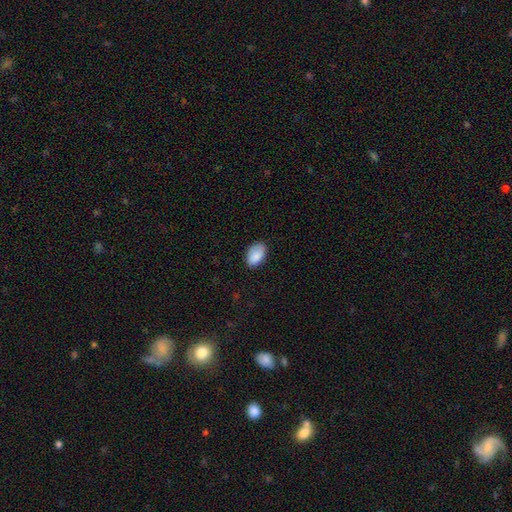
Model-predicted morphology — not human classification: Smooth or featured?
  - smooth: 88% *
  - star or artifact: 7%
  - featured or disk: 5%
How rounded?
  - in between: 91% *
  - round: 8%
  - cigar-shaped: 1%
Merging?
  - none: 78% *
  - minor disturbance: 18%
  - major disturbance: 3%
  - merger: 1%